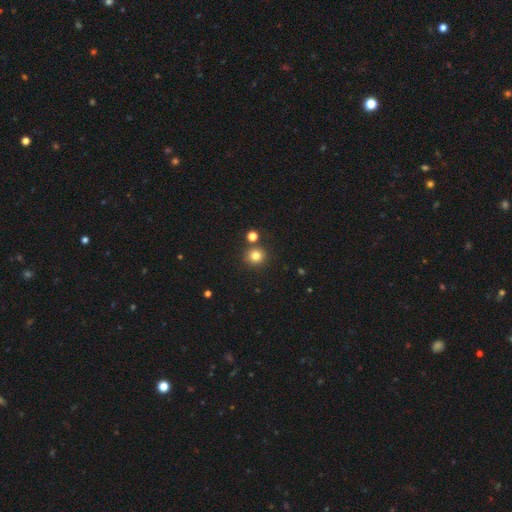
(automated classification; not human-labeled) Q: Smooth or featured?
A: smooth (80%); runner-up: star or artifact (14%)
Q: How rounded?
A: round (91%); runner-up: in between (8%)
Q: Merging?
A: none (83%); runner-up: merger (8%)